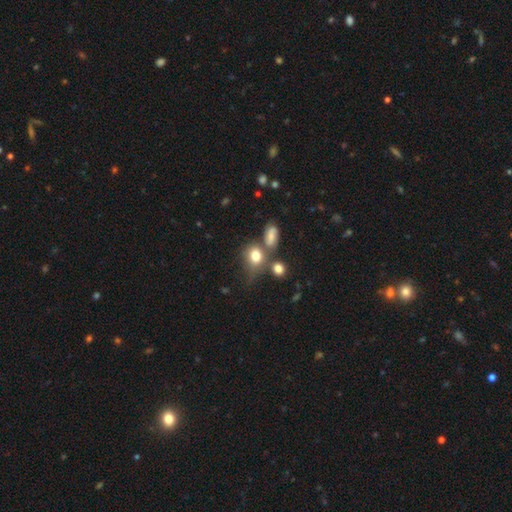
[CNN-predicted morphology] Smooth or featured? Predicted: smooth (p=0.76). How rounded? Predicted: round (p=0.51). Merging? Predicted: none (p=0.46).